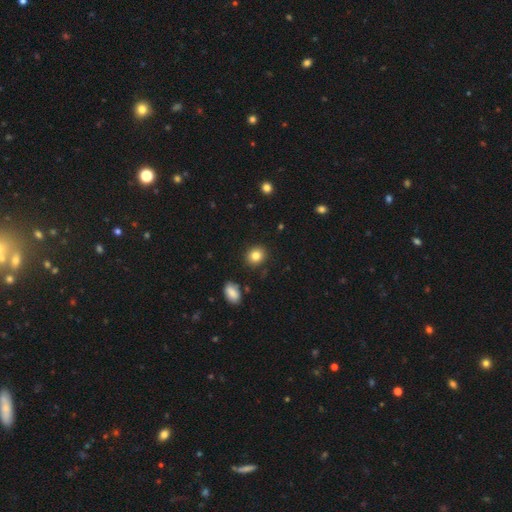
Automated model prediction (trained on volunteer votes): smooth 84%, star or artifact 10%, featured or disk 6%. Down the decision tree: how rounded — round (74%); merging — none (89%).